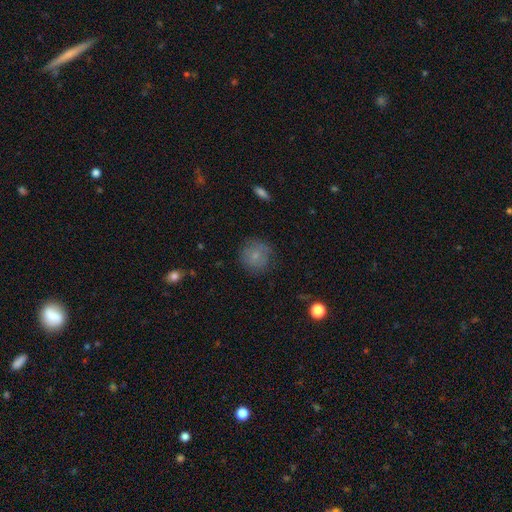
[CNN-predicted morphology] smooth-or-featured: smooth: 75% | featured or disk: 15% | star or artifact: 9%
  how-rounded: round: 91% | in between: 8% | cigar-shaped: 1%
  merging: none: 77% | minor disturbance: 17% | major disturbance: 5% | merger: 1%